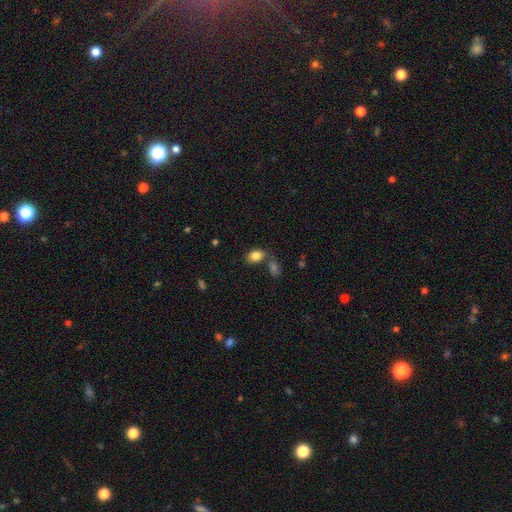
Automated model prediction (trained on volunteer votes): Smooth or featured?
  - smooth: 84% *
  - star or artifact: 9%
  - featured or disk: 7%
How rounded?
  - in between: 80% *
  - round: 18%
  - cigar-shaped: 1%
Merging?
  - none: 57% *
  - merger: 25%
  - minor disturbance: 13%
  - major disturbance: 5%